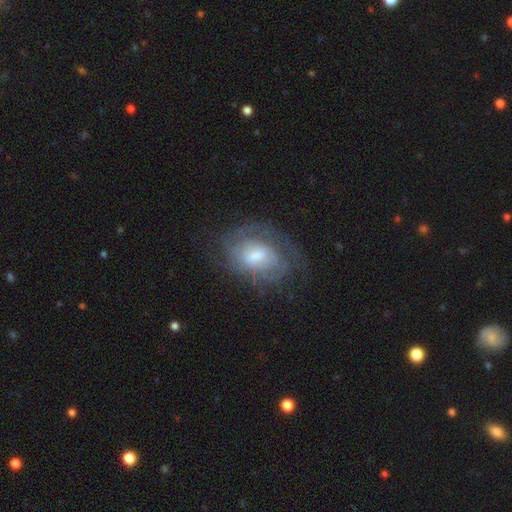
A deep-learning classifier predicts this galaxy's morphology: Smooth or featured? Predicted: featured or disk (p=0.65). Edge-on disk? Predicted: no (p=0.96). Bar? Predicted: no (p=0.49). Spiral arms? Predicted: yes (p=0.79). Bulge size? Predicted: moderate (p=0.52). Merging? Predicted: none (p=0.62).